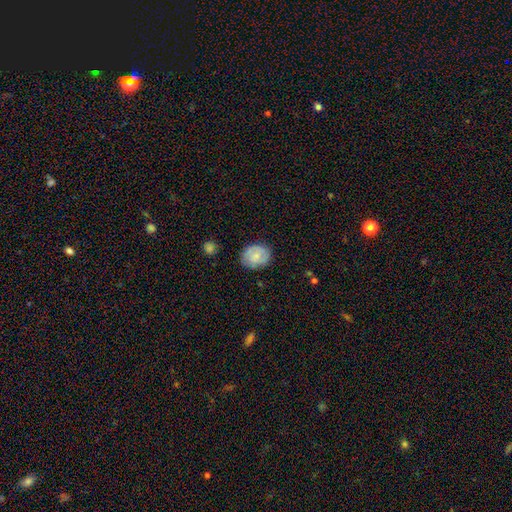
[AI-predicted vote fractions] Q: Smooth or featured?
A: smooth (66%); runner-up: featured or disk (27%)
Q: How rounded?
A: round (53%); runner-up: in between (46%)
Q: Merging?
A: none (78%); runner-up: minor disturbance (17%)